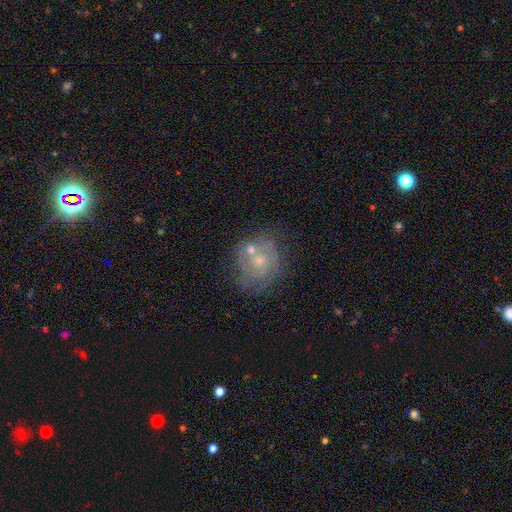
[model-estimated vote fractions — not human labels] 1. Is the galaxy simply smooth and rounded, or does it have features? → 74% featured or disk, 17% smooth, 9% star or artifact.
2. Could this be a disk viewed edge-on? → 98% no, 2% yes.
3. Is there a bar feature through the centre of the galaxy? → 75% no, 22% weak, 3% strong.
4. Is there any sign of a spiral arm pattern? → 85% yes, 15% no.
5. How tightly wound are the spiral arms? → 63% tight, 29% medium, 8% loose.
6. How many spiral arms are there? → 36% can't tell, 35% 2, 15% 3, 5% 4, 5% 1, 4% more than 4.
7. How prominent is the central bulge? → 65% small, 28% moderate, 4% none, 1% large, 1% dominant.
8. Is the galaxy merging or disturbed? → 56% none, 18% minor disturbance, 17% merger, 9% major disturbance.